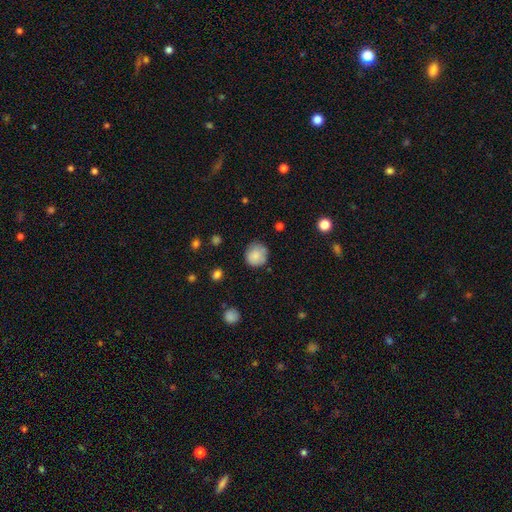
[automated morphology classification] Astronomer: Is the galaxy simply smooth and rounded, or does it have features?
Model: smooth — 85%.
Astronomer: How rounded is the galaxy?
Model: round — 91%.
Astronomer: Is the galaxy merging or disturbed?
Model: none — 78%.